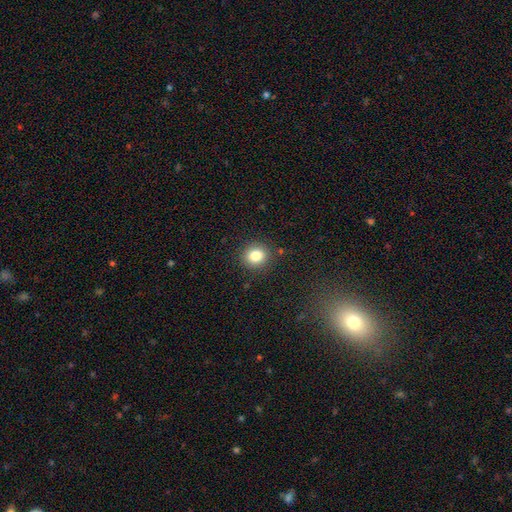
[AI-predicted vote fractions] Smooth or featured: smooth — 83% (star or artifact — 11%)
How rounded: round — 79% (in between — 20%)
Merging: none — 88% (minor disturbance — 8%)